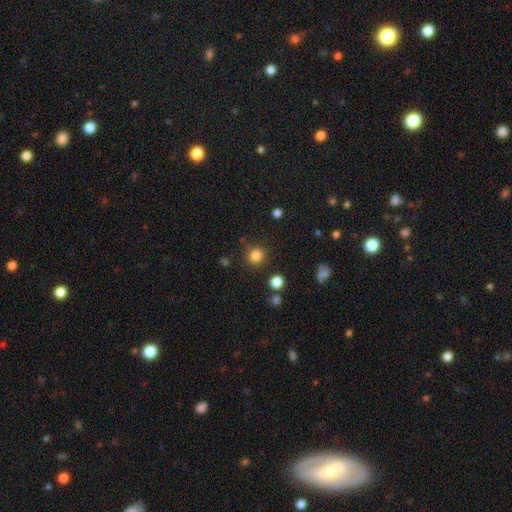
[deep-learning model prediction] This is clearly a smooth galaxy (83%). How rounded: clearly round (91%). Merging: clearly none (84%).